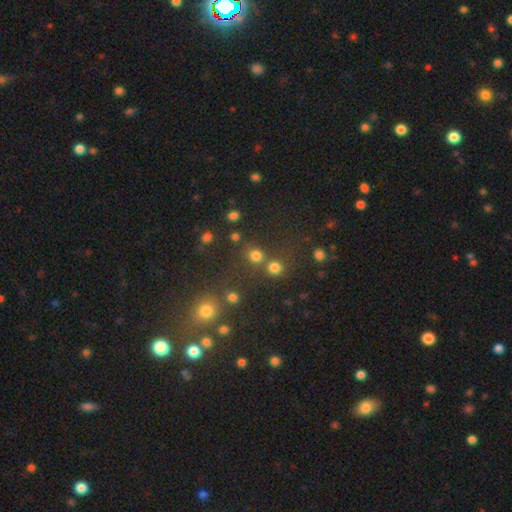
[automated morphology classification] A smooth galaxy with no disk features (76%) that is round (88%). Merging: none (65%).